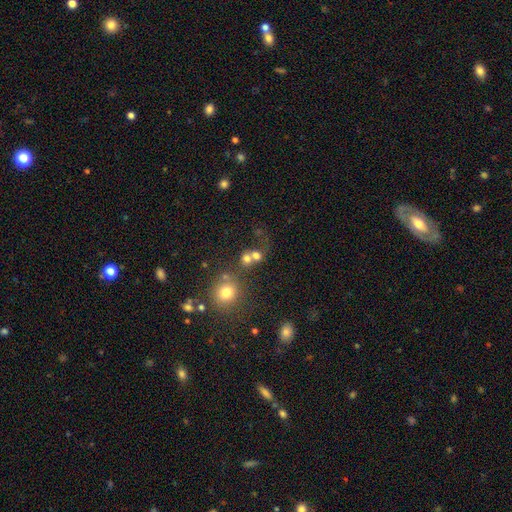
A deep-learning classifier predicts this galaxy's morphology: Smooth or featured?
  - smooth: 67% *
  - star or artifact: 17%
  - featured or disk: 16%
How rounded?
  - round: 77% *
  - in between: 22%
  - cigar-shaped: 1%
Merging?
  - merger: 47% *
  - none: 33%
  - major disturbance: 11%
  - minor disturbance: 9%